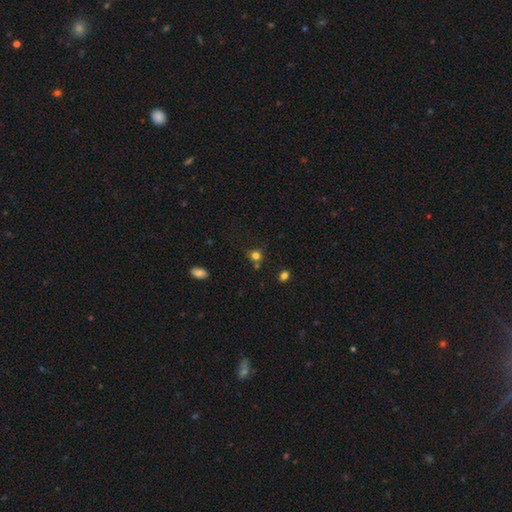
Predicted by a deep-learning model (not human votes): This appears to be a smooth galaxy with no disk features (76%) that is round (82%). Merging: none (66%).